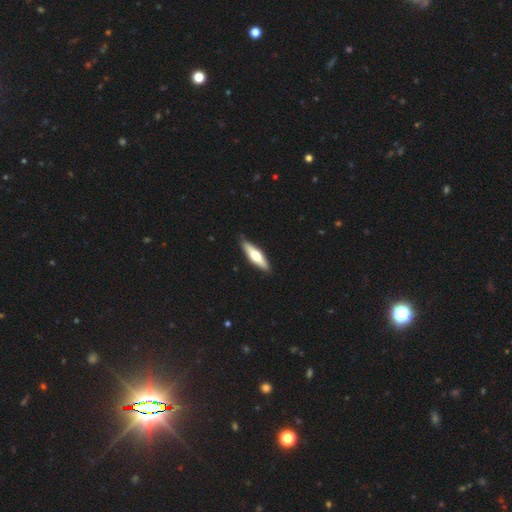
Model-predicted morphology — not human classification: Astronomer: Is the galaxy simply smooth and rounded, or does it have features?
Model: featured or disk — 52% (runner-up: smooth, 44%).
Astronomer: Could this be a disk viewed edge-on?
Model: yes — 92%.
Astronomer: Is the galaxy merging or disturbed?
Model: none — 90%.